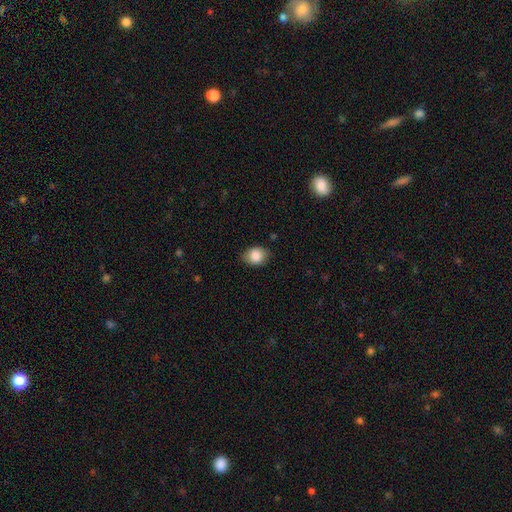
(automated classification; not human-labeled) A smooth galaxy with no disk features (87%) that is in between round and cigar-shaped (54%).

Vote fractions:
- Smooth or featured? smooth: 87% / star or artifact: 8% / featured or disk: 6%
- How rounded? in between: 54% / round: 45% / cigar-shaped: 1%
- Merging? none: 78% / minor disturbance: 17% / major disturbance: 3% / merger: 1%